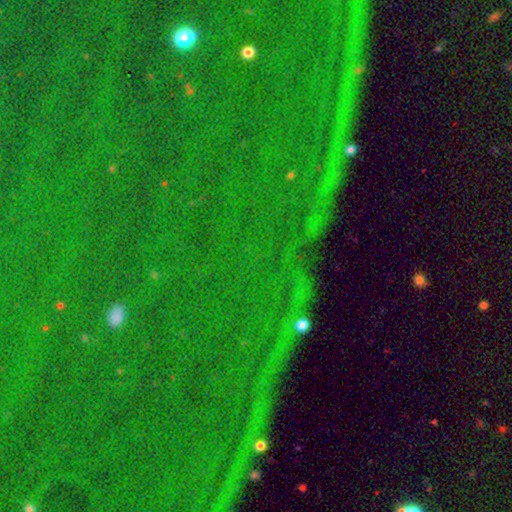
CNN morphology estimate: smooth-or-featured: star or artifact: 83% | featured or disk: 9% | smooth: 9%